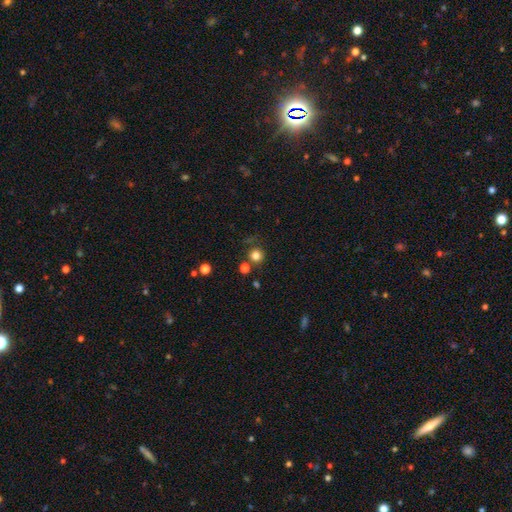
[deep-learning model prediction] smooth 80%, star or artifact 14%, featured or disk 6%. Down the decision tree: how rounded — round (94%); merging — none (78%).